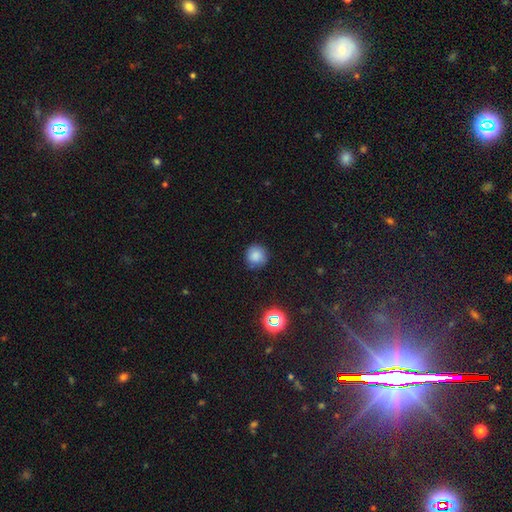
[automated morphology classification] smooth_or_featured: smooth (p=0.82) [alt: star or artifact p=0.13]
how_rounded: round (p=0.94) [alt: in between p=0.05]
merging: none (p=0.85) [alt: minor disturbance p=0.11]